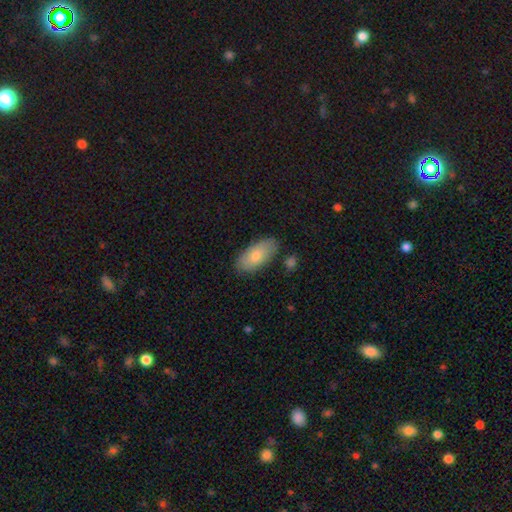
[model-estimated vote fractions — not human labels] smooth_or_featured: smooth (p=0.79) [alt: featured or disk p=0.15]
how_rounded: in between (p=0.91) [alt: cigar-shaped p=0.07]
merging: none (p=0.82) [alt: minor disturbance p=0.13]